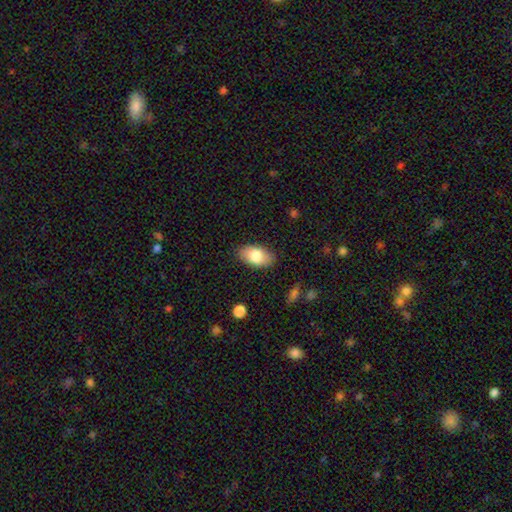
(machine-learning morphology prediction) type=smooth (81%); roundness=in between (94%); merging=none (86%).